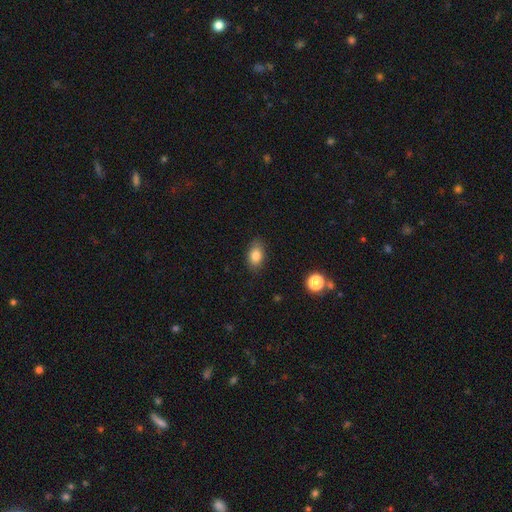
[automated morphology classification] smooth-or-featured: smooth: 84% | star or artifact: 9% | featured or disk: 7%
  how-rounded: in between: 86% | round: 12% | cigar-shaped: 2%
  merging: none: 83% | minor disturbance: 13% | major disturbance: 3% | merger: 1%